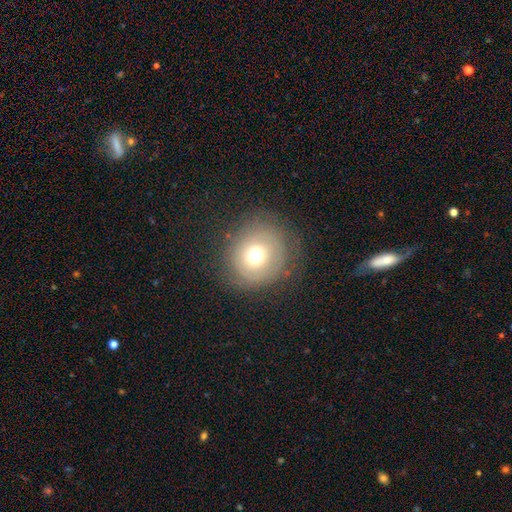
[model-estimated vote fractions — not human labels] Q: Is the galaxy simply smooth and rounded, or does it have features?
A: smooth — 65%.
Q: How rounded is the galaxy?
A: round — 88%.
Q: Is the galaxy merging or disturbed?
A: none — 77%.